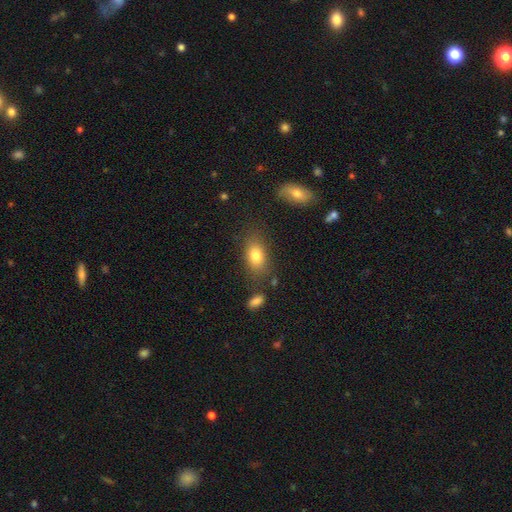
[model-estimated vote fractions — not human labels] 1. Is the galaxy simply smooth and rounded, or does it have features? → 79% smooth, 11% featured or disk, 10% star or artifact.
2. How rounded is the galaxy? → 83% in between, 13% round, 4% cigar-shaped.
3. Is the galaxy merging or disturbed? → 75% none, 15% minor disturbance, 5% major disturbance, 5% merger.